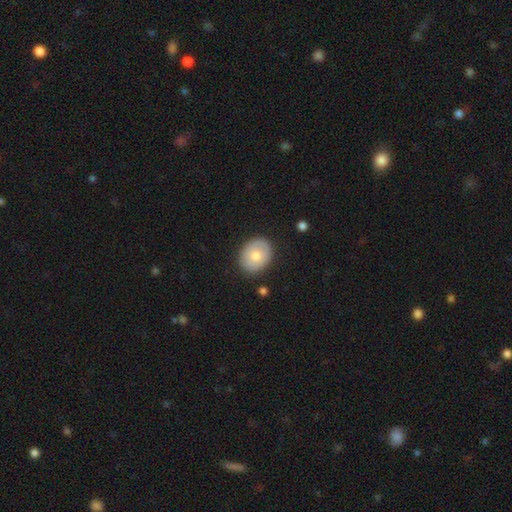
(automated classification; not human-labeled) Smooth or featured? Predicted: smooth (p=0.71). How rounded? Predicted: in between (p=0.55). Merging? Predicted: none (p=0.86).